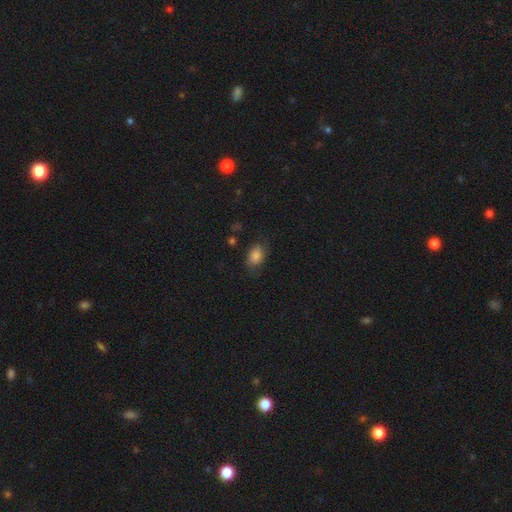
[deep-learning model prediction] Smooth or featured? smooth (81%)
How rounded? in between (79%)
Merging? none (67%)